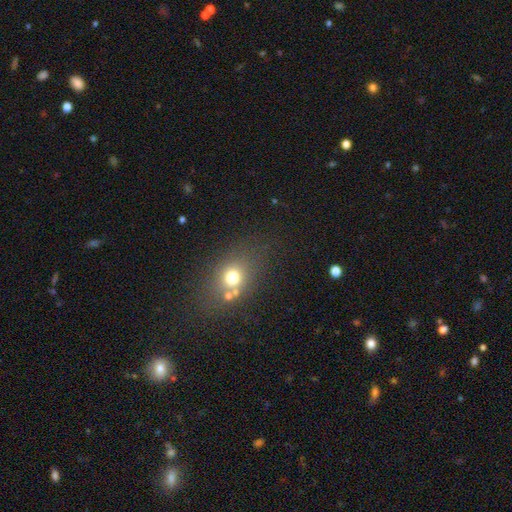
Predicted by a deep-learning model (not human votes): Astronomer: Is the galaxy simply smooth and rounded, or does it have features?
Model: smooth — 57%.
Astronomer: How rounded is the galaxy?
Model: round — 52% (runner-up: in between, 45%).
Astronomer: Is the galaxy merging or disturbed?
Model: none — 67%.